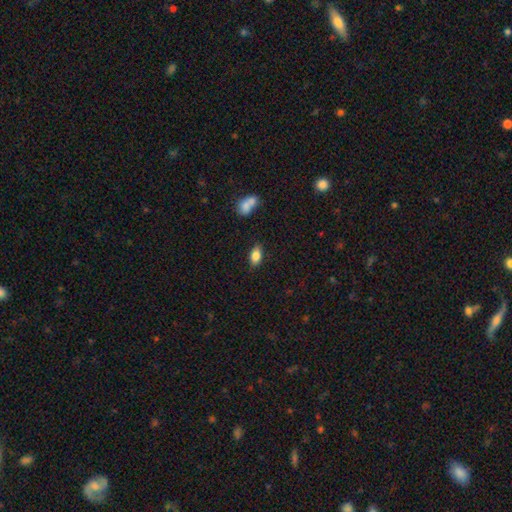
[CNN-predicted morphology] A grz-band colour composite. It shows a smooth galaxy with no disk features (84%) that is in between round and cigar-shaped (89%). Merging: none (83%).